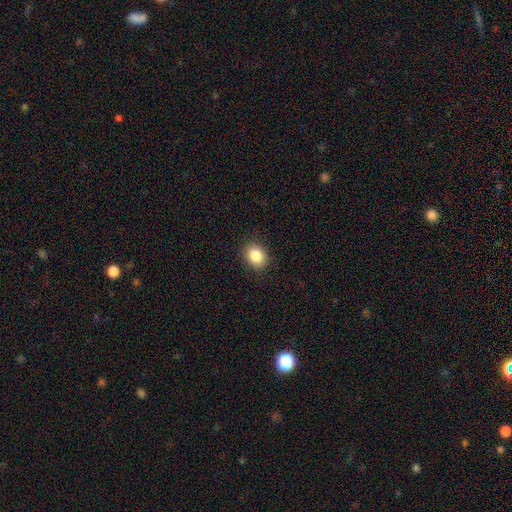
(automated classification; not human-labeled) This is clearly a smooth galaxy (86%). How rounded: possibly round (51%). Merging: clearly none (89%).